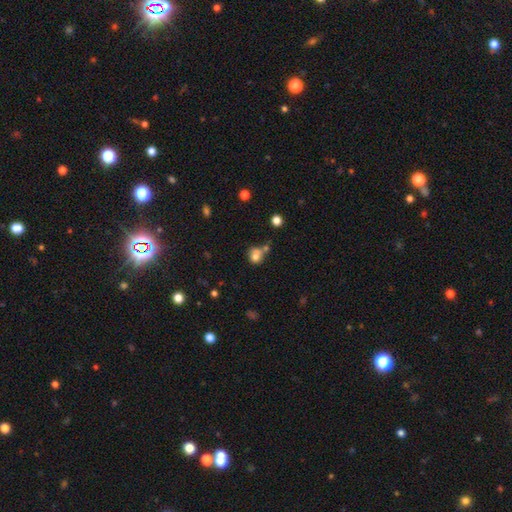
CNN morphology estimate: This is likely a smooth galaxy (74%). How rounded: likely round (76%). Merging: marginally none (40%).